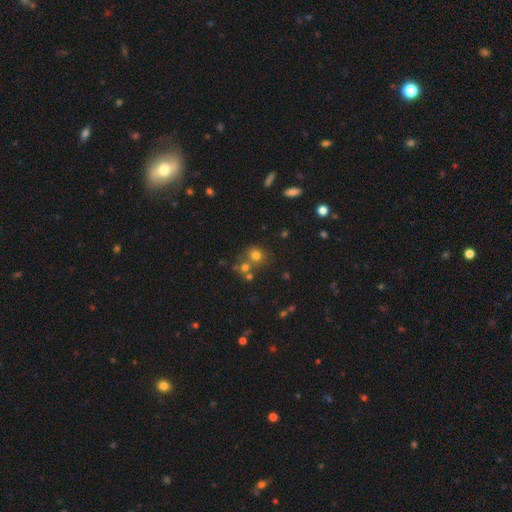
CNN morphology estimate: The model was most divided on "merging": none: 59%, merger: 27%, minor disturbance: 10%, major disturbance: 4%. More confident: how rounded — round (83%); smooth or featured — smooth (69%).